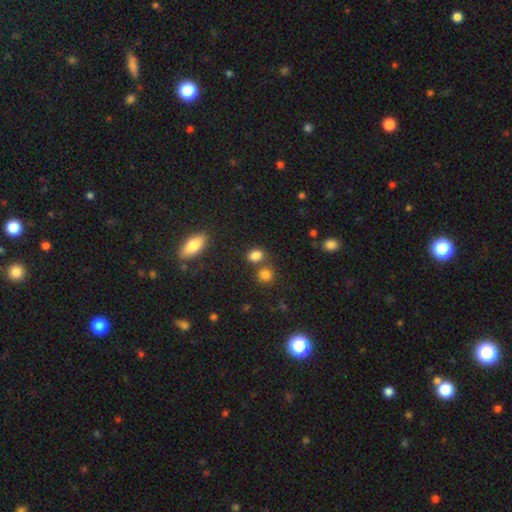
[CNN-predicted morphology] Overall: smooth (82%). How rounded: in between (51%; round 47%). Merging: none (65%).